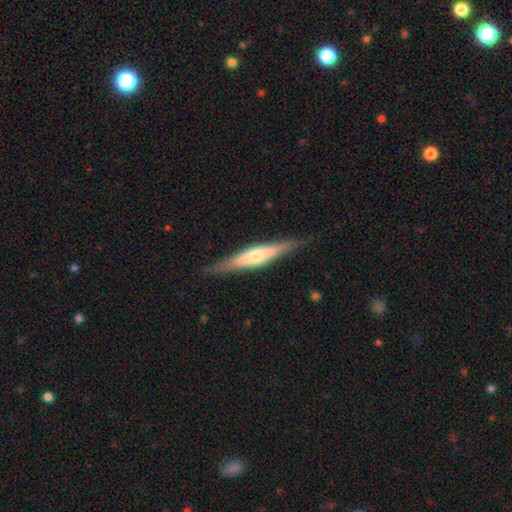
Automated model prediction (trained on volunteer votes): Morphology: type=featured or disk (65%); edge-on=yes (95%); edge-on bulge=rounded (75%); merging=none (87%).